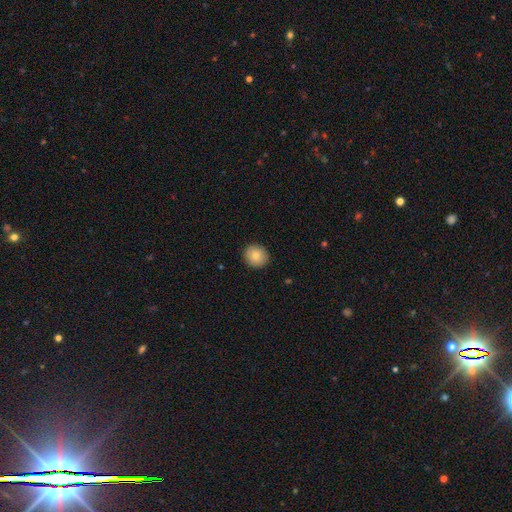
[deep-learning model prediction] Morphology: type=smooth (81%); roundness=round (89%); merging=none (91%).